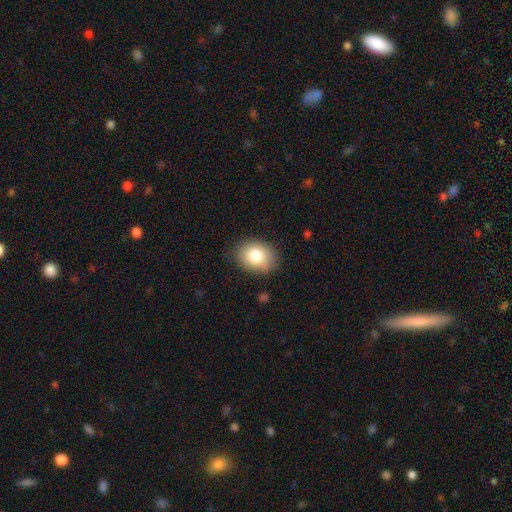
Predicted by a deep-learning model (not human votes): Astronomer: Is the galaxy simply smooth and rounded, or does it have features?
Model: smooth — 83%.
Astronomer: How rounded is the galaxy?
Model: in between — 60% (runner-up: round, 40%).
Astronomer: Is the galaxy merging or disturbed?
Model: none — 83%.